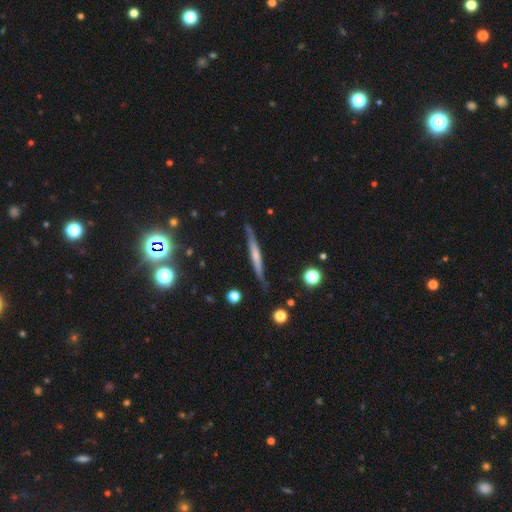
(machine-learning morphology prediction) smooth_or_featured: featured or disk (p=0.53) [alt: smooth p=0.39]
disk_edge_on: yes (p=0.94) [alt: no p=0.06]
edge_on_bulge: none (p=0.61) [alt: rounded p=0.24]
merging: none (p=0.82) [alt: minor disturbance p=0.13]